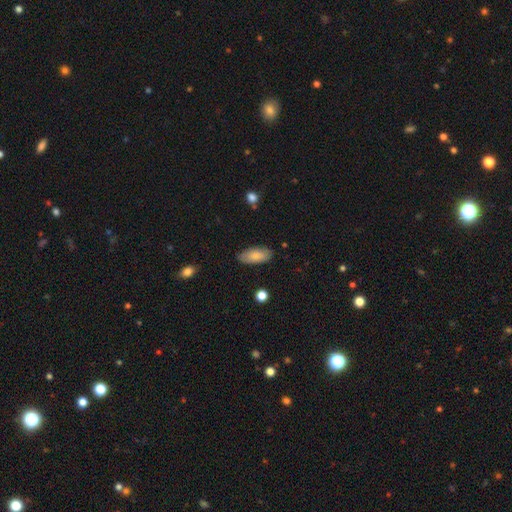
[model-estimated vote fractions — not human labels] Smooth or featured? Predicted: smooth (p=0.81). How rounded? Predicted: in between (p=0.88). Merging? Predicted: none (p=0.84).